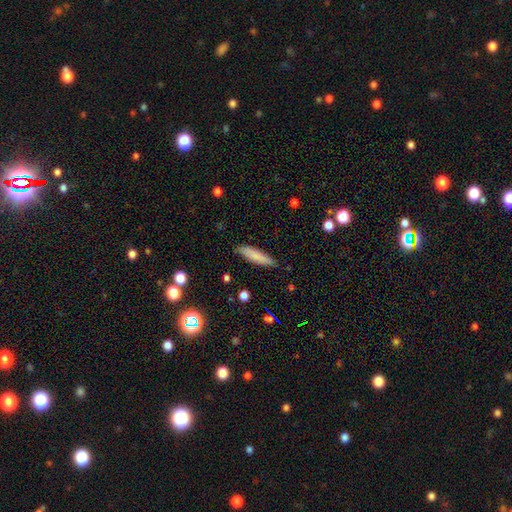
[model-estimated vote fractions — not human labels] This appears to be a smooth galaxy with no disk features (80%) that is cigar-shaped (79%). Merging: none (86%).